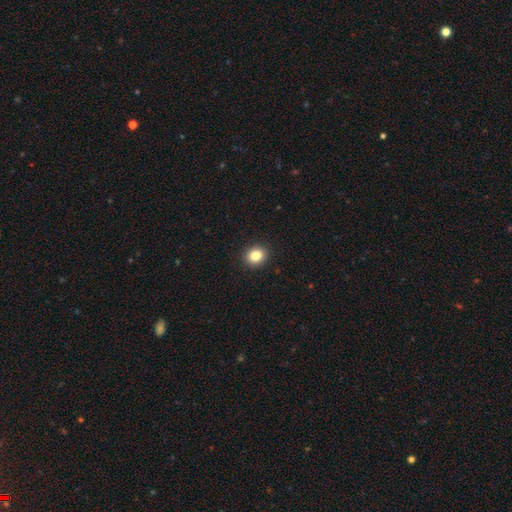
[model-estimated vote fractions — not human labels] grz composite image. It shows a smooth galaxy with no disk features (84%) that is round (68%). Merging: none (92%).